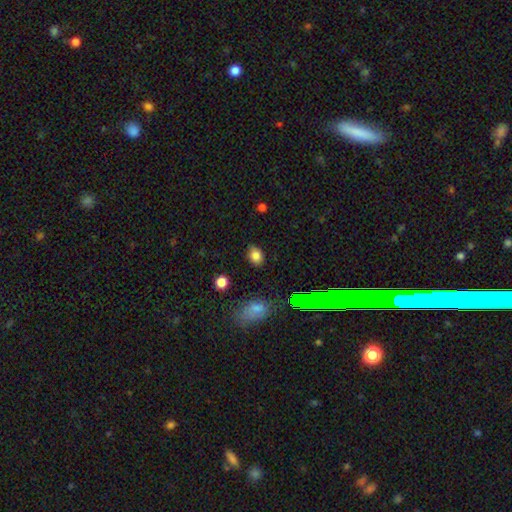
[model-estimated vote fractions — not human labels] Smooth or featured? smooth (81%)
How rounded? in between (66%)
Merging? none (83%)